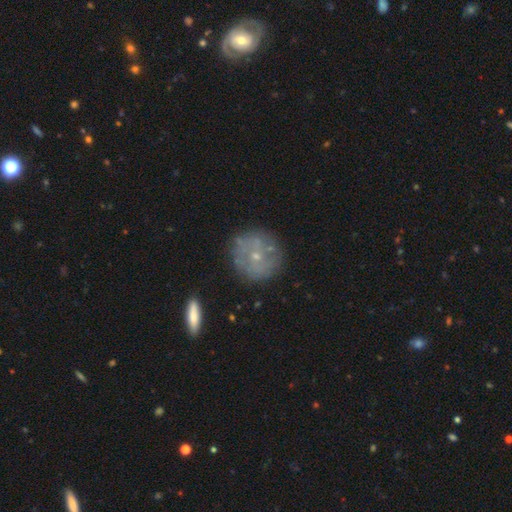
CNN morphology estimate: smooth-or-featured: featured or disk: 50% | smooth: 40% | star or artifact: 10%
  merging: none: 76% | minor disturbance: 15% | major disturbance: 5% | merger: 3%